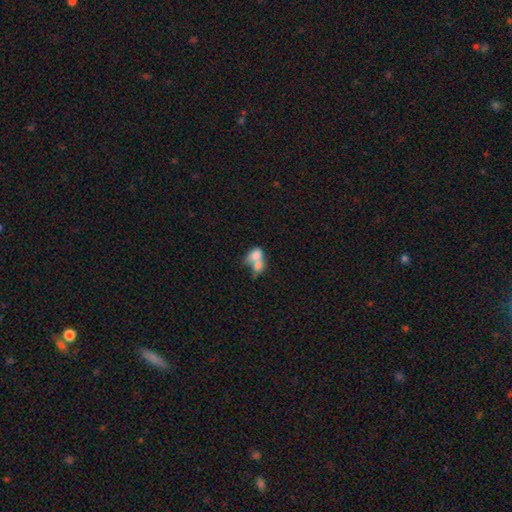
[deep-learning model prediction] Overall: smooth (72%). How rounded: in between (78%). Merging: merger (73%).